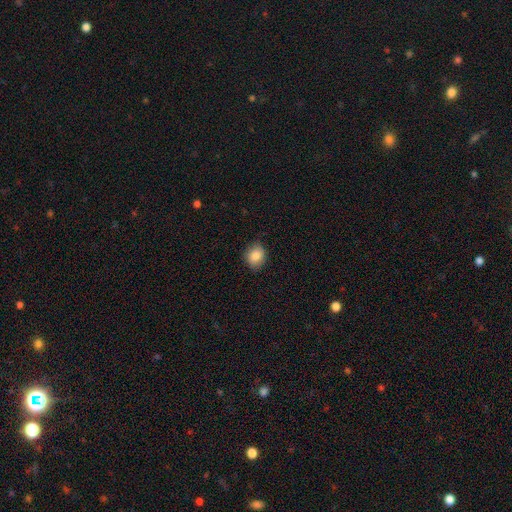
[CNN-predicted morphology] smooth_or_featured: smooth (p=0.86) [alt: star or artifact p=0.09]
how_rounded: round (p=0.62) [alt: in between p=0.37]
merging: none (p=0.84) [alt: minor disturbance p=0.12]